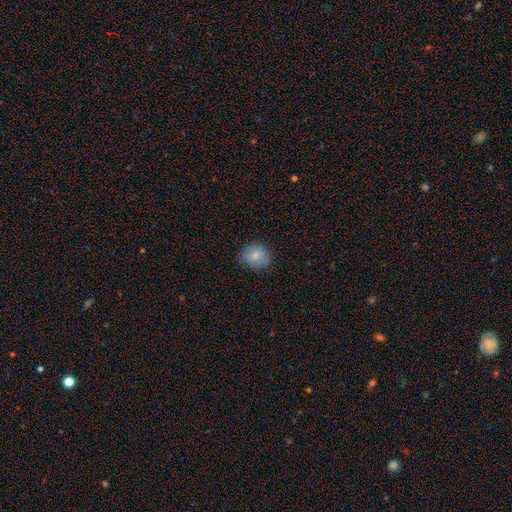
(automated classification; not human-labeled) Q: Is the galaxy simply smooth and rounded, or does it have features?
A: smooth — 80%.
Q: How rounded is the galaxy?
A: round — 67%.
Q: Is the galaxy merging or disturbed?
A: none — 81%.